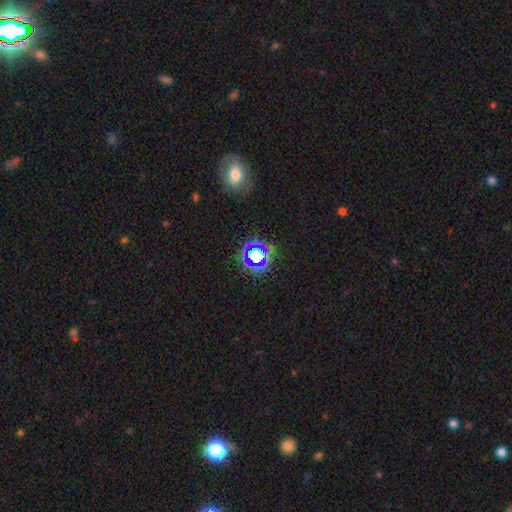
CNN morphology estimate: smooth_or_featured: star or artifact (p=0.66) [alt: smooth p=0.23]